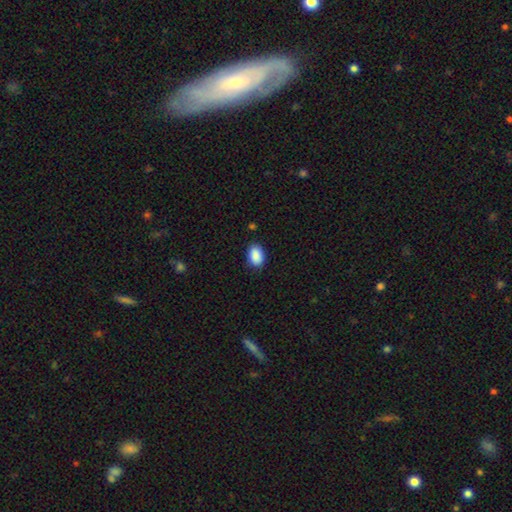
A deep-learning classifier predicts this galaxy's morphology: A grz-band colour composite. It shows a smooth galaxy with no disk features (90%) that is in between round and cigar-shaped (87%). Merging: none (85%).